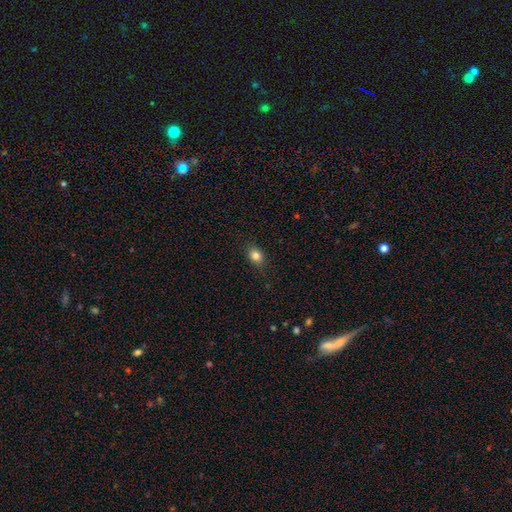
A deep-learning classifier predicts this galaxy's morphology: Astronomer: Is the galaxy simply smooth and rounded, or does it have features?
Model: smooth — 82%.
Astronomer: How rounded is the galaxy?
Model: in between — 60% (runner-up: round, 39%).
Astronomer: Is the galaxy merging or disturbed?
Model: none — 86%.